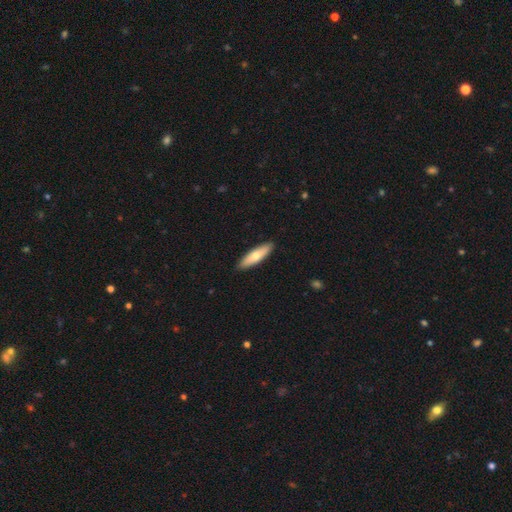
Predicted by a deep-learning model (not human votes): smooth-or-featured: smooth: 67% | featured or disk: 28% | star or artifact: 5%
  how-rounded: cigar-shaped: 63% | in between: 35% | round: 2%
  merging: none: 91% | minor disturbance: 7% | major disturbance: 1% | merger: 1%